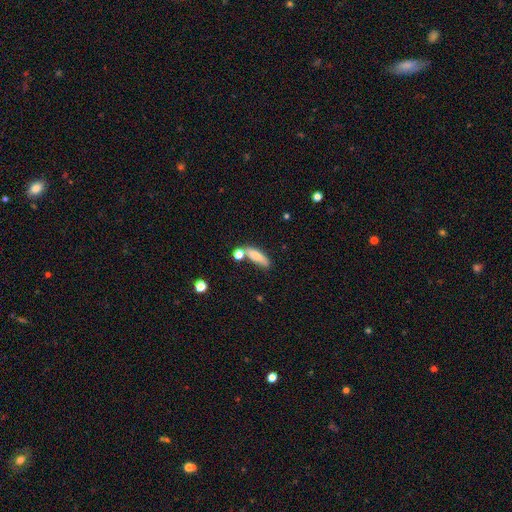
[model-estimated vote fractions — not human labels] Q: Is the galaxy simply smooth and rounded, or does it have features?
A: smooth — 78%.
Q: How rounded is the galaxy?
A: in between — 48%.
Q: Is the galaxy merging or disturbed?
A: none — 51%.